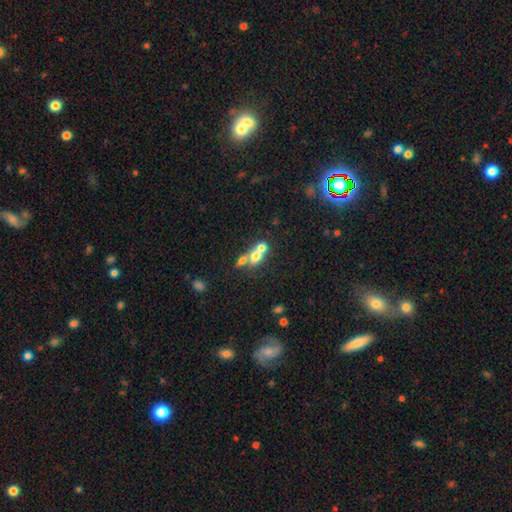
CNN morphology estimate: A smooth galaxy with no disk features (64%) that is round (49%). Merging: merger (65%).